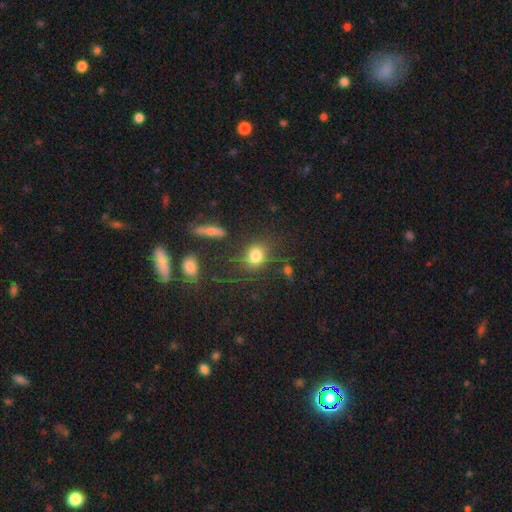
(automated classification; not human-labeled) A smooth galaxy with no disk features (80%) that is round (55%).

Vote fractions:
- Smooth or featured? smooth: 80% / star or artifact: 12% / featured or disk: 8%
- How rounded? round: 55% / in between: 43% / cigar-shaped: 2%
- Merging? none: 76% / minor disturbance: 13% / merger: 6% / major disturbance: 5%